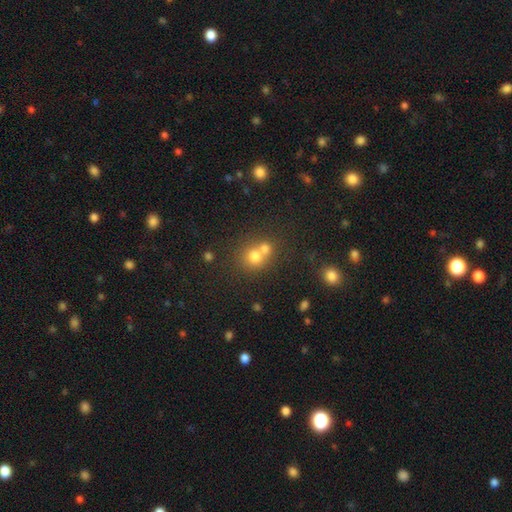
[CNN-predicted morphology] smooth_or_featured: smooth (p=0.65) [alt: star or artifact p=0.22]
how_rounded: round (p=0.83) [alt: in between p=0.16]
merging: none (p=0.47) [alt: merger p=0.45]